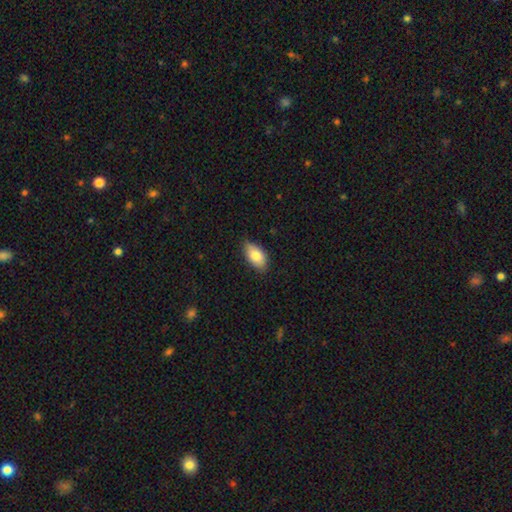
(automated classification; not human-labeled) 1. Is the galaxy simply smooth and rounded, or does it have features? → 80% smooth, 13% featured or disk, 7% star or artifact.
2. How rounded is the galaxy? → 91% in between, 4% cigar-shaped, 4% round.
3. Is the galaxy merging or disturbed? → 82% none, 15% minor disturbance, 2% major disturbance, 1% merger.